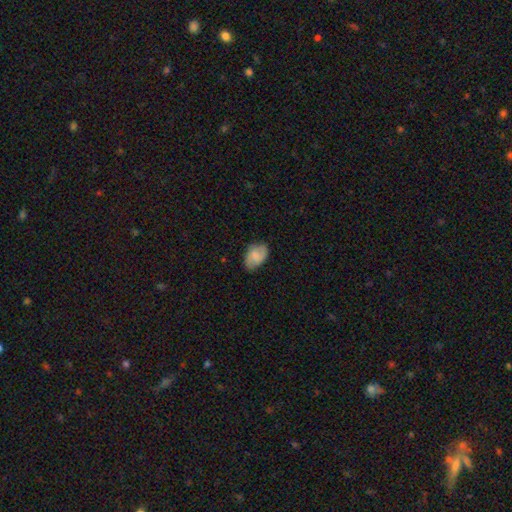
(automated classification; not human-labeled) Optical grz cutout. It shows a smooth galaxy with no disk features (60%) that is in between round and cigar-shaped (86%). Merging: none (74%).